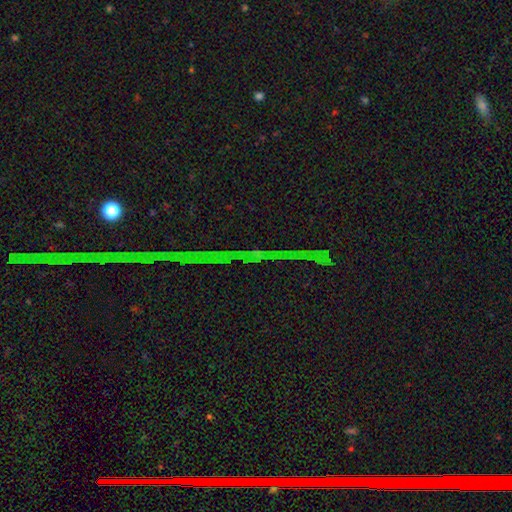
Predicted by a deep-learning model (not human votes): Overall: star or artifact (86%).